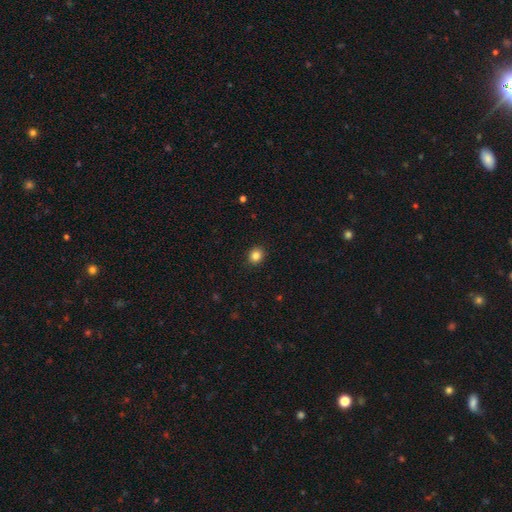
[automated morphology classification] Overall: smooth (85%). How rounded: round (77%). Merging: none (91%).